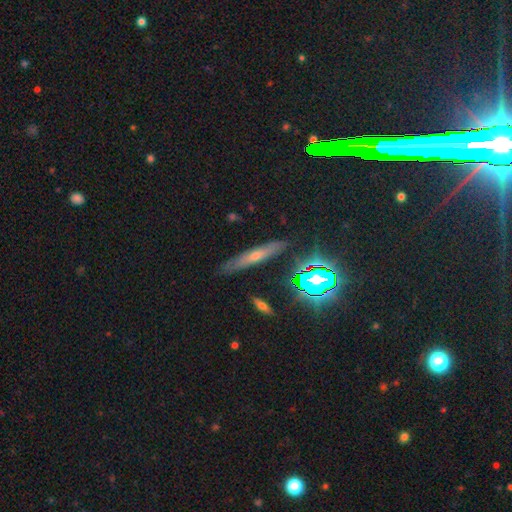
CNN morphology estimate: A featured or disk galaxy (44%). Merging: none (84%).